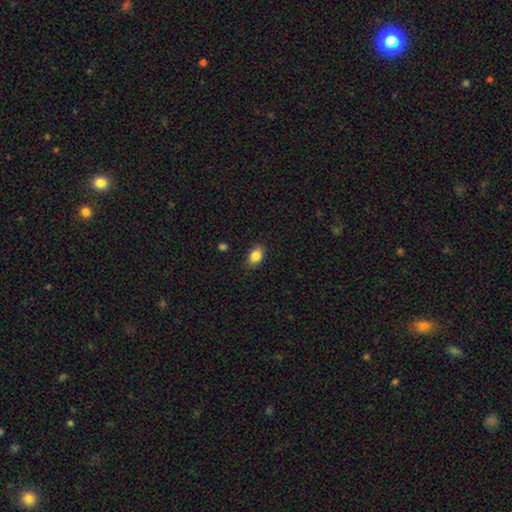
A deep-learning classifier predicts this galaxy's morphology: Q: Smooth or featured?
A: smooth (86%); runner-up: star or artifact (9%)
Q: How rounded?
A: in between (82%); runner-up: round (16%)
Q: Merging?
A: none (86%); runner-up: minor disturbance (10%)